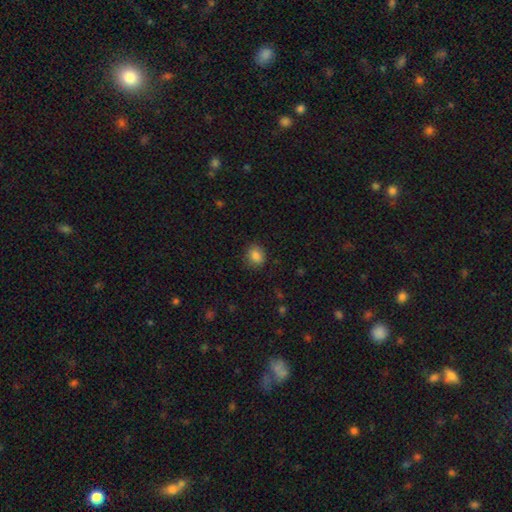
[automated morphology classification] Smooth or featured?
  - smooth: 85% *
  - star or artifact: 10%
  - featured or disk: 5%
How rounded?
  - round: 65% *
  - in between: 34%
  - cigar-shaped: 1%
Merging?
  - none: 83% *
  - minor disturbance: 13%
  - major disturbance: 3%
  - merger: 1%